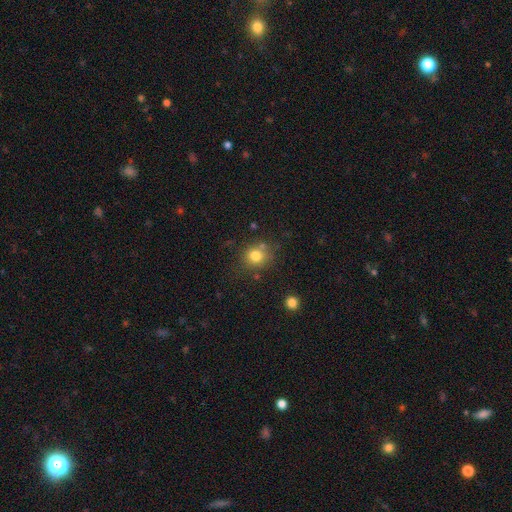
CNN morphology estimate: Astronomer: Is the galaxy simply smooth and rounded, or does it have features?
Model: smooth — 78%.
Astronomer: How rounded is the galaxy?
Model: round — 82%.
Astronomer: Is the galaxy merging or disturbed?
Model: none — 71%.